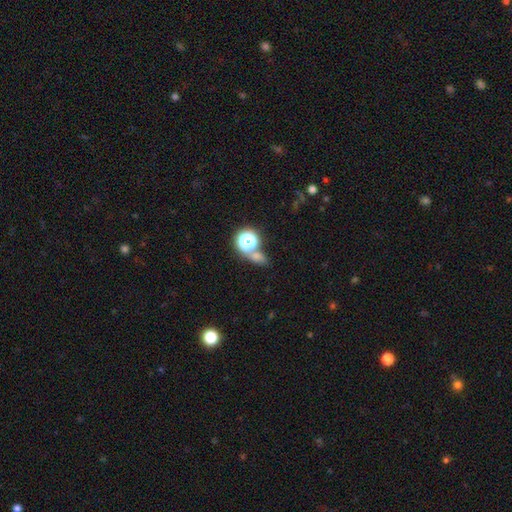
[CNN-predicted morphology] smooth-or-featured: star or artifact: 52% | smooth: 37% | featured or disk: 10%